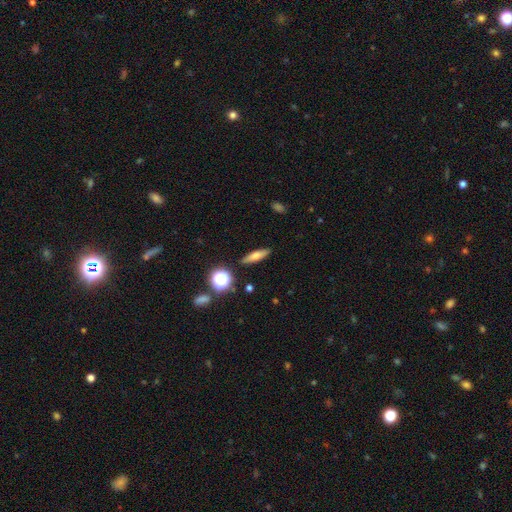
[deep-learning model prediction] Smooth or featured? smooth (63%)
How rounded? cigar-shaped (65%)
Merging? none (88%)